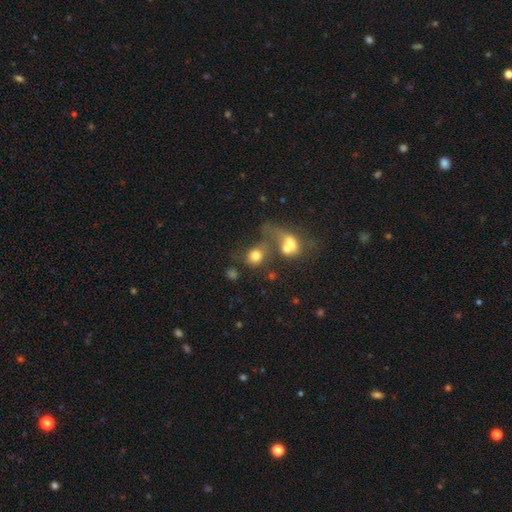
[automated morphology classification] This is likely a smooth galaxy (74%). How rounded: likely round (64%). Merging: marginally merger (44%).